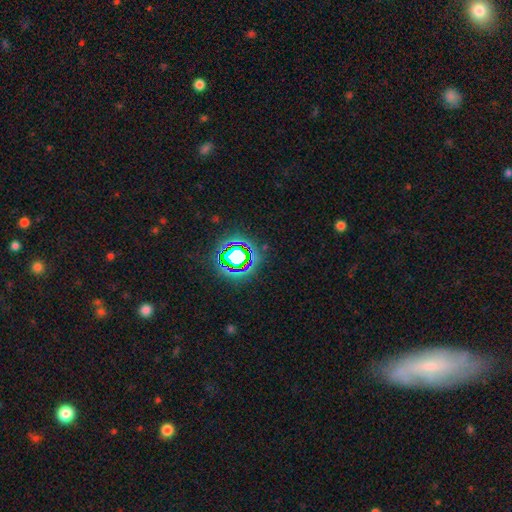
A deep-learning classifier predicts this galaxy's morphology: star or artifact 69%, smooth 18%, featured or disk 13%.